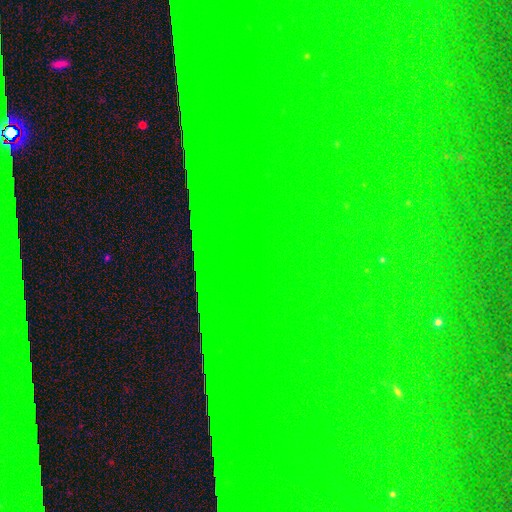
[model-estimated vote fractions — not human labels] Smooth or featured: star or artifact — 85% (featured or disk — 8%)